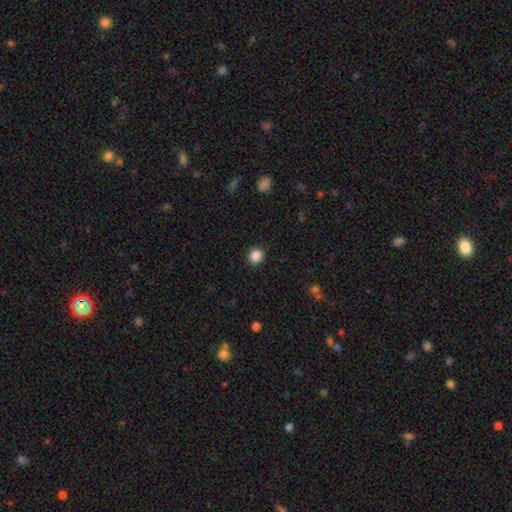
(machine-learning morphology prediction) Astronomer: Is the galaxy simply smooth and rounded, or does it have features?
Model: smooth — 86%.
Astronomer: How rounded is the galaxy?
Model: round — 89%.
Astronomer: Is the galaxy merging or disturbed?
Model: none — 91%.